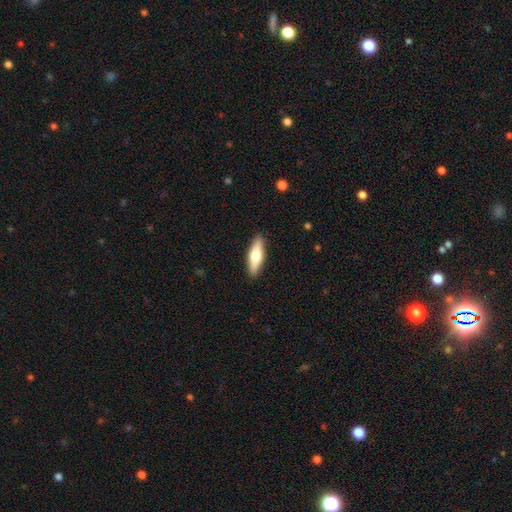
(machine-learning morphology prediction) smooth 57%, featured or disk 37%, star or artifact 6%. Down the decision tree: how rounded — cigar-shaped (56%); merging — none (90%).